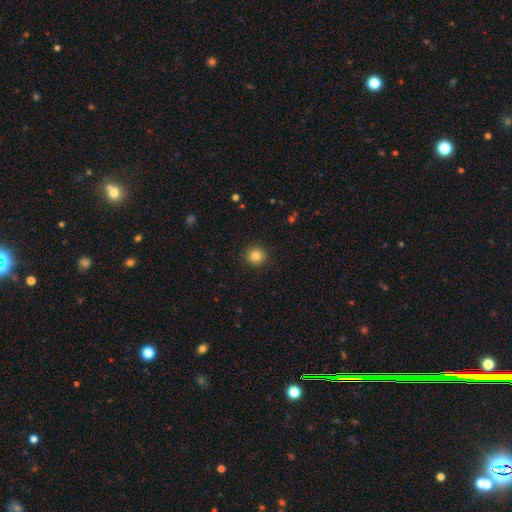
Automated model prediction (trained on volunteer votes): Smooth or featured?
  - smooth: 84% *
  - star or artifact: 11%
  - featured or disk: 5%
How rounded?
  - round: 94% *
  - in between: 5%
  - cigar-shaped: 1%
Merging?
  - none: 92% *
  - minor disturbance: 5%
  - major disturbance: 2%
  - merger: 1%